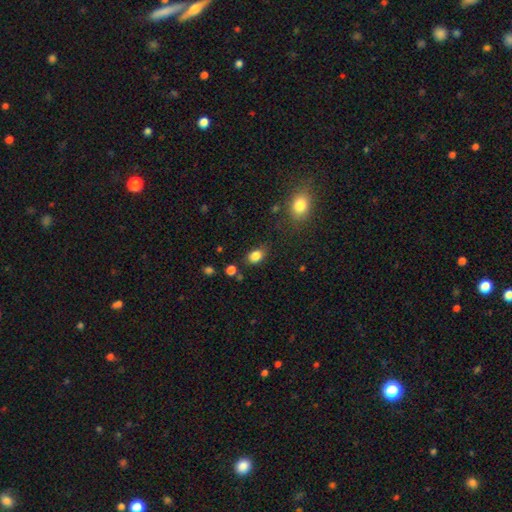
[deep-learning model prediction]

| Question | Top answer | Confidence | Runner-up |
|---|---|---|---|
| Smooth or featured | smooth | 84% | star or artifact (11%) |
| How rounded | in between | 73% | round (25%) |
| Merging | none | 74% | minor disturbance (17%) |